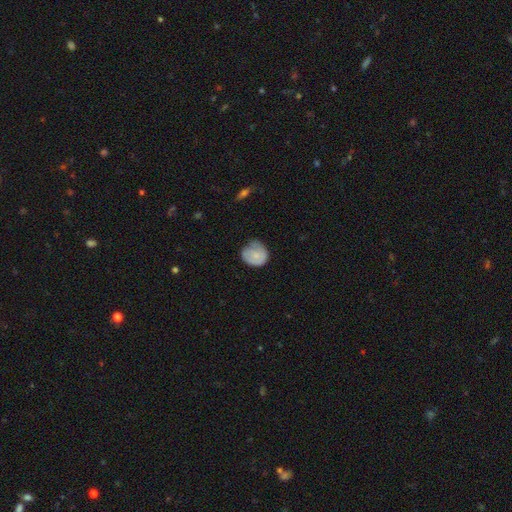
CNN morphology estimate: The model was most divided on "merging": none: 50%, minor disturbance: 38%, major disturbance: 10%, merger: 1%. More confident: how rounded — round (80%); smooth or featured — smooth (73%).